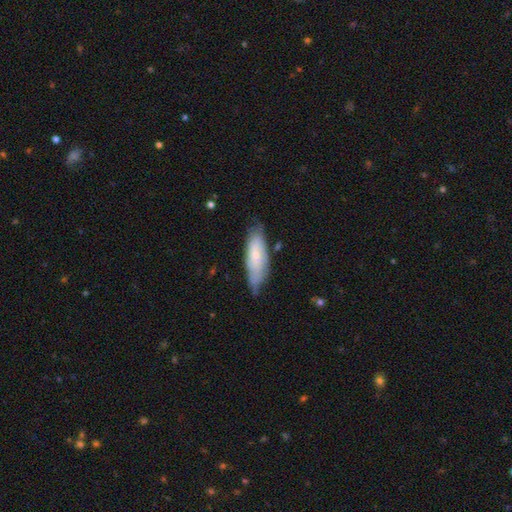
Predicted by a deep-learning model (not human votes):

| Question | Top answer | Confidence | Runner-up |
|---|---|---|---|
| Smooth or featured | smooth | 61% | featured or disk (33%) |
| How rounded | in between | 55% | cigar-shaped (43%) |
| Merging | none | 60% | minor disturbance (31%) |